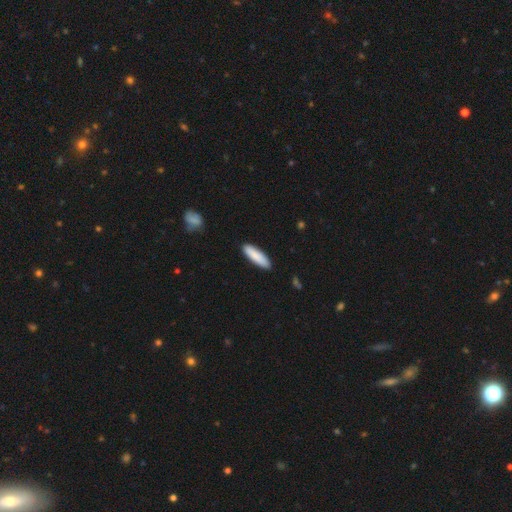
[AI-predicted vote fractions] This is clearly a smooth galaxy (87%). How rounded: possibly cigar-shaped (59%). Merging: clearly none (89%).